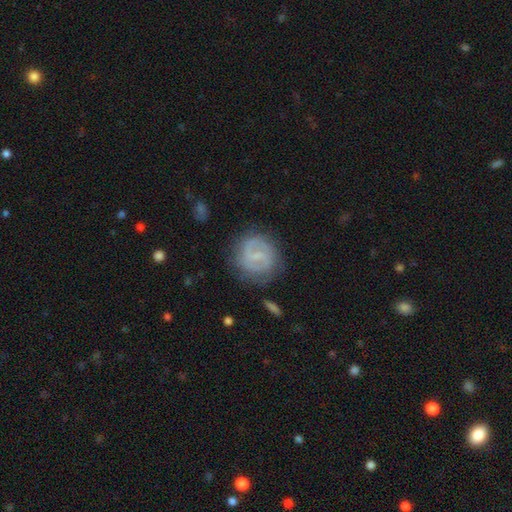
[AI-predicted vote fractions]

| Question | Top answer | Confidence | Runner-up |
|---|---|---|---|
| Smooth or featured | featured or disk | 72% | smooth (22%) |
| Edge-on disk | no | 98% | yes (2%) |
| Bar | weak | 56% | strong (25%) |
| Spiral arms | yes | 88% | no (12%) |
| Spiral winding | medium | 42% | tight (40%) |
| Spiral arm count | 2 | 78% | can't tell (12%) |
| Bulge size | small | 51% | none (33%) |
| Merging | none | 75% | minor disturbance (16%) |